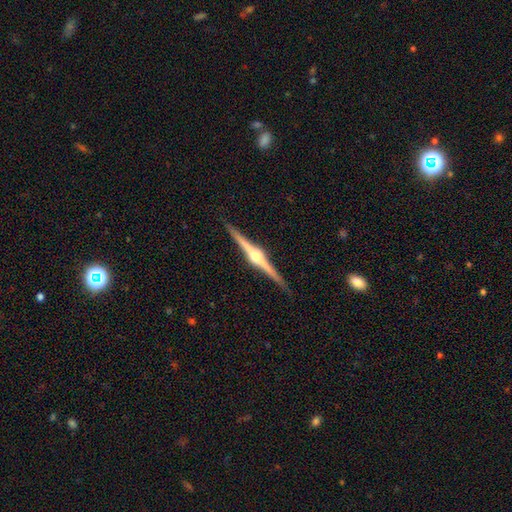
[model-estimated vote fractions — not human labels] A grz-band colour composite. It shows a featured or disk galaxy (88%) viewed edge-on (99%) with a rounded central bulge (95%). Merging: none (91%).